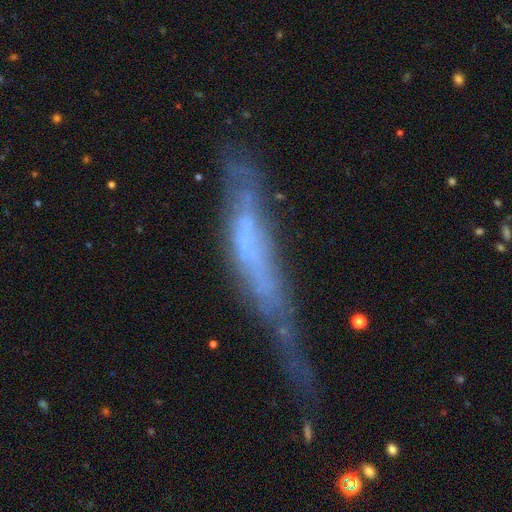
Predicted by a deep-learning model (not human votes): Smooth or featured?
  - featured or disk: 54% *
  - smooth: 35%
  - star or artifact: 11%
Edge-on disk?
  - yes: 63% *
  - no: 37%
Merging?
  - major disturbance: 35% *
  - minor disturbance: 29%
  - none: 27%
  - merger: 9%